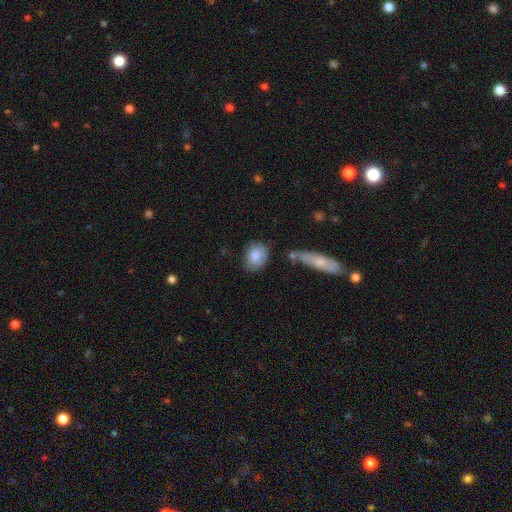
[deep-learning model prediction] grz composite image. It shows a smooth galaxy with no disk features (82%) that is in between round and cigar-shaped (61%). Merging: none (65%).